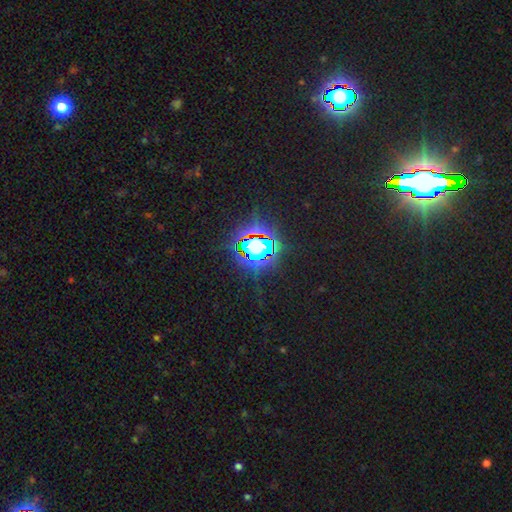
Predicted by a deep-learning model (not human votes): Q: Smooth or featured?
A: star or artifact (82%); runner-up: smooth (10%)